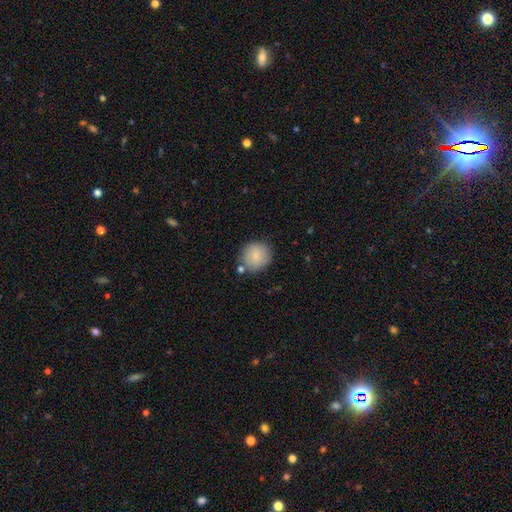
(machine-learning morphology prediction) smooth 85%, featured or disk 8%, star or artifact 7%. Down the decision tree: how rounded — round (86%); merging — none (75%).